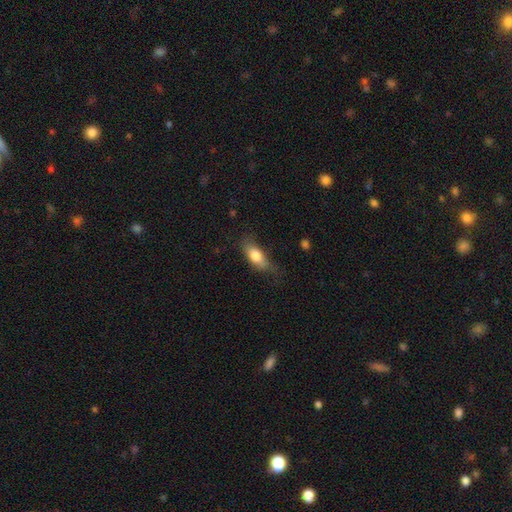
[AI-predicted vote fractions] This is likely a smooth galaxy (76%). How rounded: likely in between (78%). Merging: possibly none (59%).